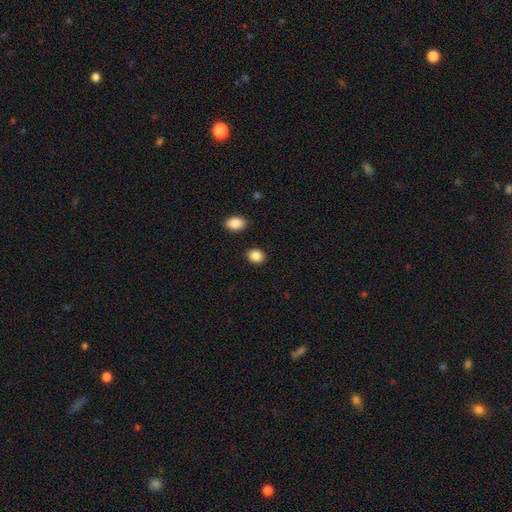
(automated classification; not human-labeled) The model was most divided on "how rounded": round: 56%, in between: 43%, cigar-shaped: 1%. More confident: smooth or featured — smooth (87%); merging — none (87%).